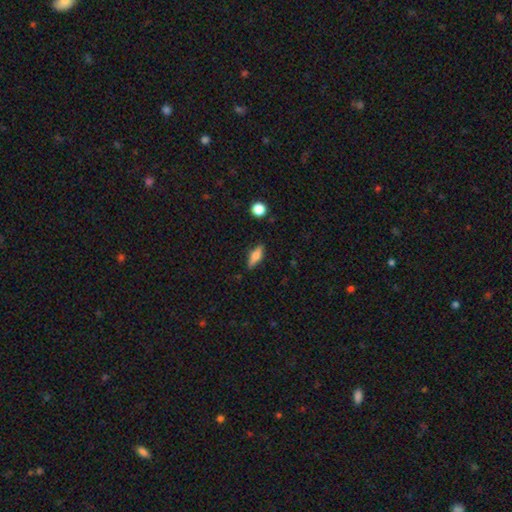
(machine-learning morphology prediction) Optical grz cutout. It shows a smooth galaxy with no disk features (61%) that is in between round and cigar-shaped (56%). Merging: none (83%).